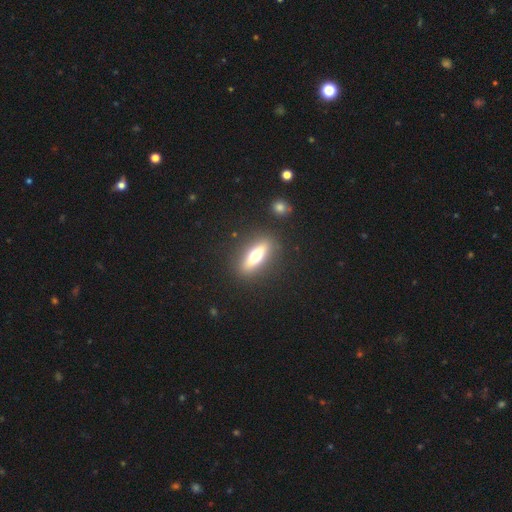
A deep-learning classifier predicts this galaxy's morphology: The model was most divided on "smooth or featured" (2-way tie): smooth: 46%, featured or disk: 46%, star or artifact: 8%. More confident: merging — none (86%).